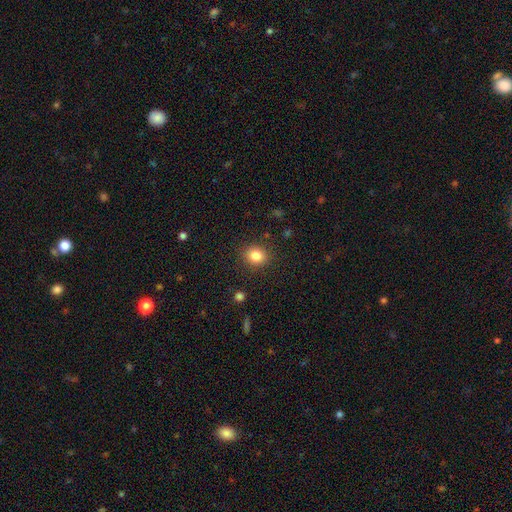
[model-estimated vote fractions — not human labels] Q: Smooth or featured?
A: smooth (83%); runner-up: star or artifact (11%)
Q: How rounded?
A: round (78%); runner-up: in between (21%)
Q: Merging?
A: none (89%); runner-up: minor disturbance (7%)